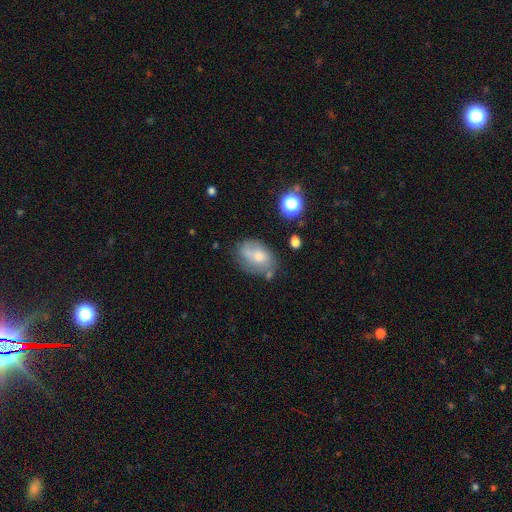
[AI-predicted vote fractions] Smooth or featured? Predicted: smooth (p=0.57). How rounded? Predicted: in between (p=0.78). Merging? Predicted: none (p=0.53).